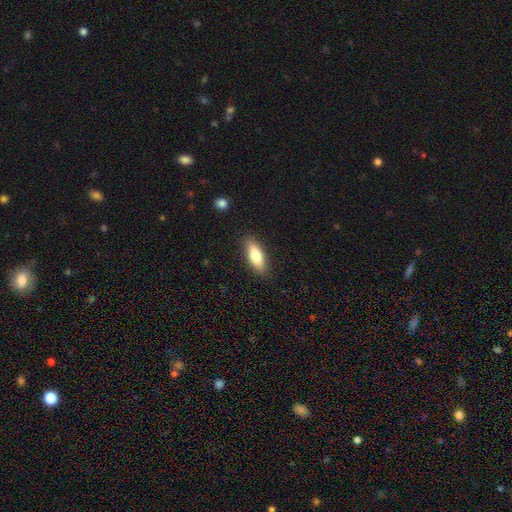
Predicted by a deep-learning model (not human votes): Smooth or featured? smooth (79%)
How rounded? in between (62%)
Merging? none (87%)